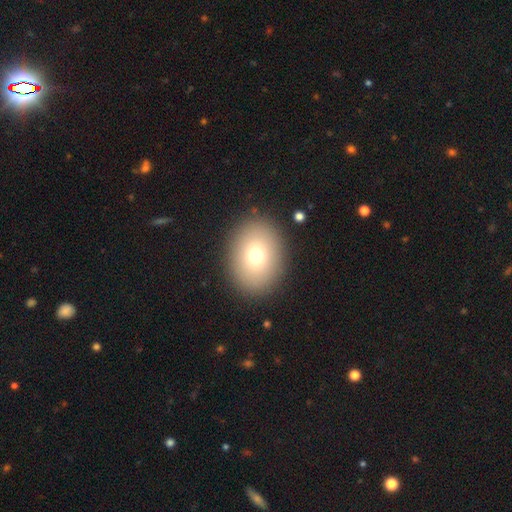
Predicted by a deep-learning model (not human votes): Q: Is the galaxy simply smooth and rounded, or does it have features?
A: smooth — 74%.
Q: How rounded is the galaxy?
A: in between — 65%.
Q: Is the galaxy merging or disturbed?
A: none — 89%.